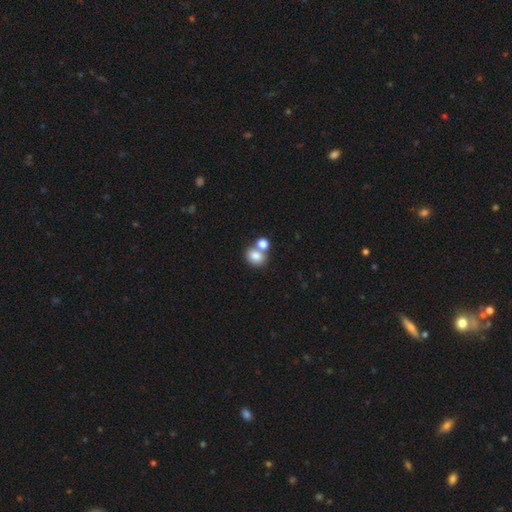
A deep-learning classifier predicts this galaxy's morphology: type=smooth (80%); roundness=round (56%); merging=none (49%).